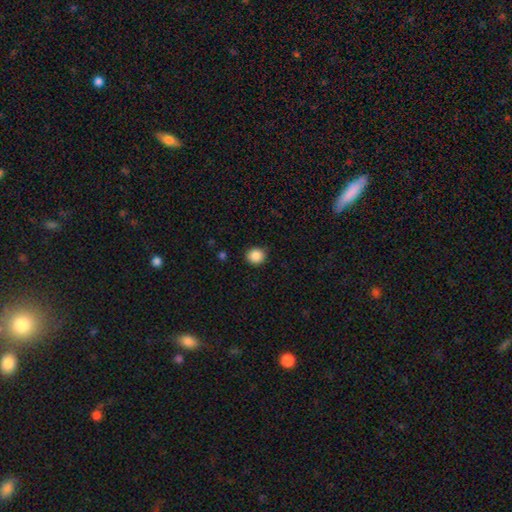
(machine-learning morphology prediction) Overall: smooth (88%). How rounded: round (88%). Merging: none (88%).